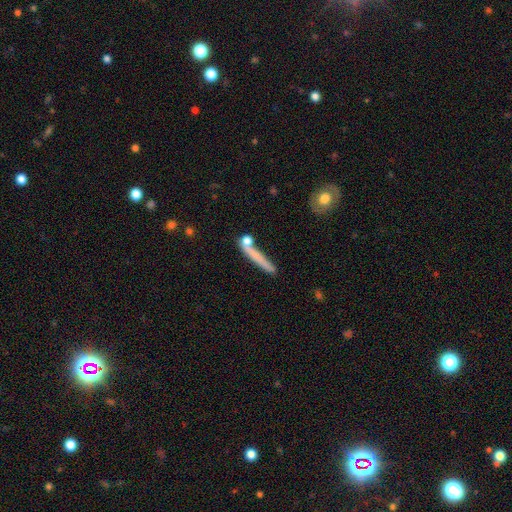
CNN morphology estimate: Overall: smooth (61%; featured or disk 30%). How rounded: cigar-shaped (92%). Merging: none (68%).